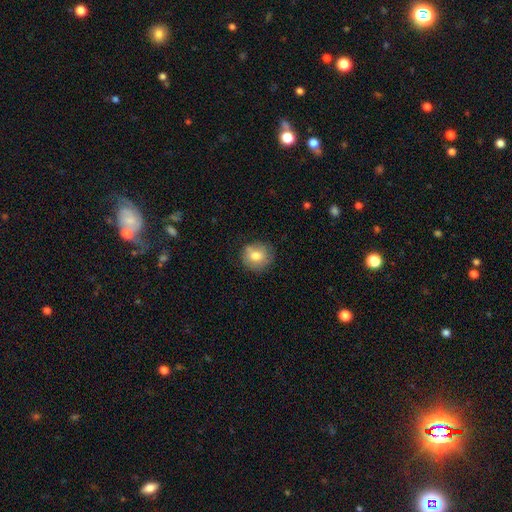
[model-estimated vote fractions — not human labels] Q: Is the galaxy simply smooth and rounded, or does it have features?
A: smooth — 75%.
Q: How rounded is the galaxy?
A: round — 80%.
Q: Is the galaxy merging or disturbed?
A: none — 73%.